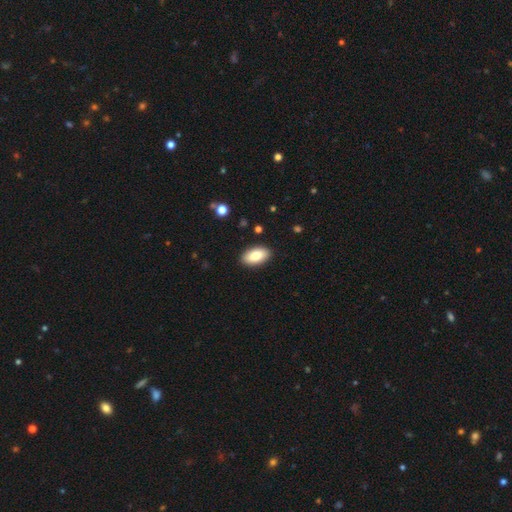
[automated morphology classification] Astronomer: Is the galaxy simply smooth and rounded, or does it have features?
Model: smooth — 83%.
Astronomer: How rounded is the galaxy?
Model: in between — 94%.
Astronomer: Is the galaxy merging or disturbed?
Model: none — 89%.